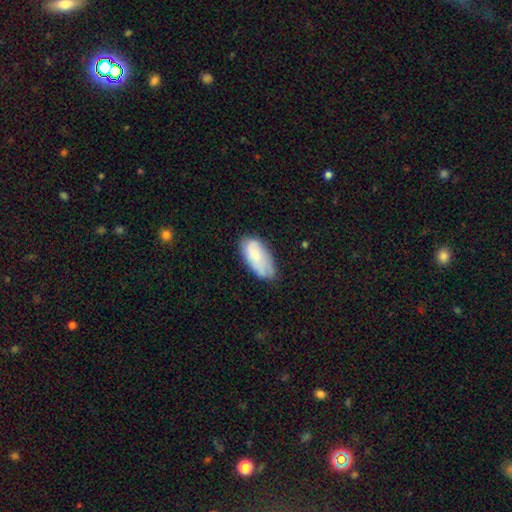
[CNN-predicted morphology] A smooth galaxy with no disk features (70%) that is in between round and cigar-shaped (92%). Merging: none (57%).